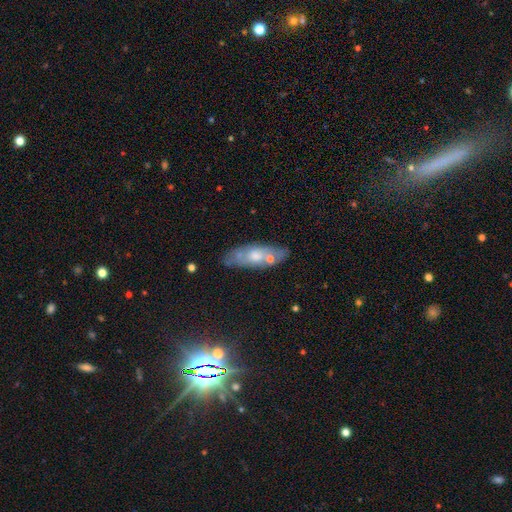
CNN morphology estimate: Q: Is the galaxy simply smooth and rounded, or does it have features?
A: smooth — 46%, tied with featured or disk.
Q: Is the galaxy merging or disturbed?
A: none — 67%.